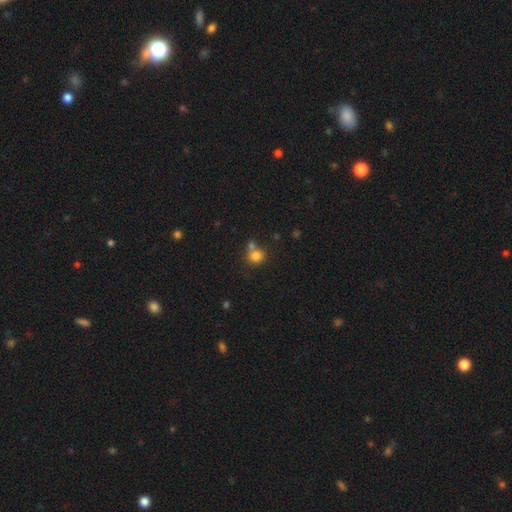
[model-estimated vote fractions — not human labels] A smooth galaxy with no disk features (80%) that is round (77%).

Vote fractions:
- Smooth or featured? smooth: 80% / star or artifact: 12% / featured or disk: 8%
- How rounded? round: 77% / in between: 22% / cigar-shaped: 1%
- Merging? none: 55% / merger: 31% / minor disturbance: 10% / major disturbance: 4%